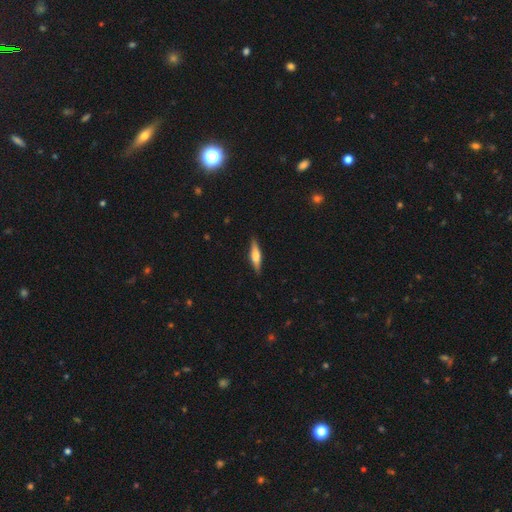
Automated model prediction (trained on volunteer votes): Overall: smooth (50%; featured or disk 44%). Merging: none (88%).